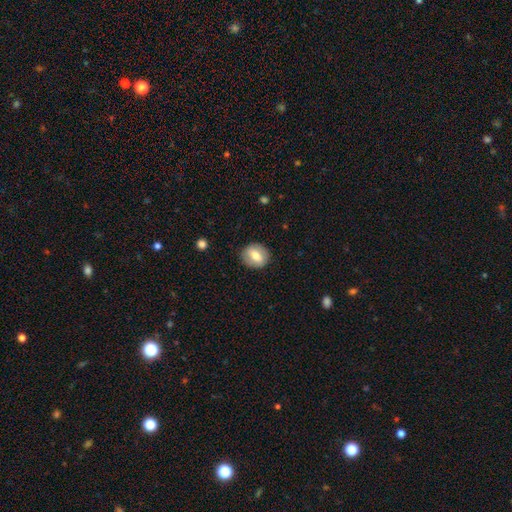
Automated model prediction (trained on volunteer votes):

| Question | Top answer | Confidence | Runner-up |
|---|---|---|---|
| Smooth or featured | smooth | 64% | featured or disk (29%) |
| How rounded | round | 65% | in between (33%) |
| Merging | none | 86% | minor disturbance (10%) |